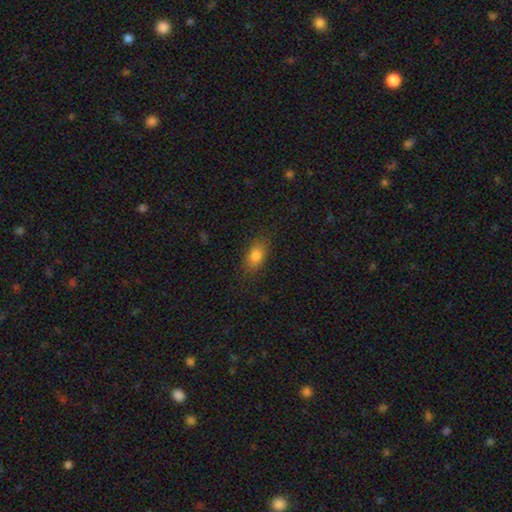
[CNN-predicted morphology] Smooth or featured: smooth — 81% (star or artifact — 10%)
How rounded: in between — 85% (round — 10%)
Merging: none — 84% (minor disturbance — 12%)